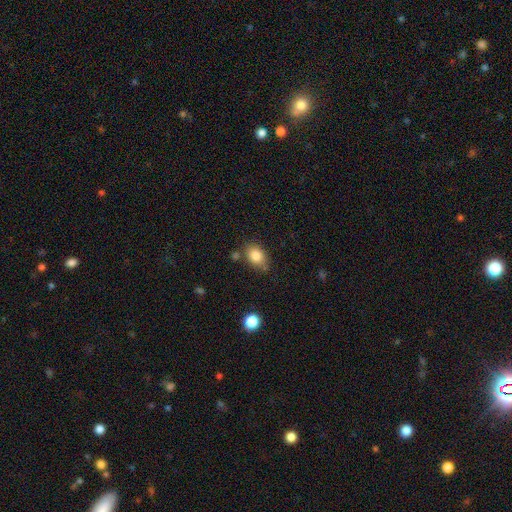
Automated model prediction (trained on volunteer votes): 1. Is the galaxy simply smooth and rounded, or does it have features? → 84% smooth, 8% star or artifact, 8% featured or disk.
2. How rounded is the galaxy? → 81% in between, 17% round, 1% cigar-shaped.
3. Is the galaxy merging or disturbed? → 72% none, 17% minor disturbance, 7% merger, 4% major disturbance.